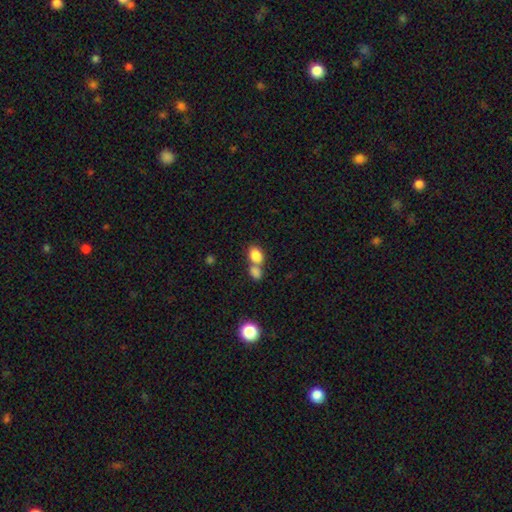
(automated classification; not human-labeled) Smooth or featured?
  - smooth: 84% *
  - star or artifact: 9%
  - featured or disk: 8%
How rounded?
  - in between: 73% *
  - round: 26%
  - cigar-shaped: 2%
Merging?
  - merger: 56% *
  - none: 32%
  - minor disturbance: 8%
  - major disturbance: 4%